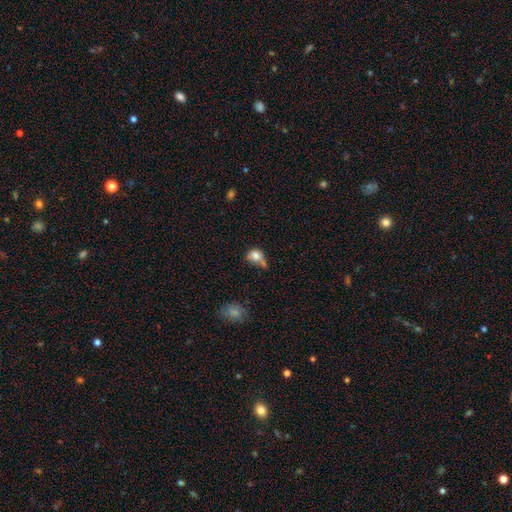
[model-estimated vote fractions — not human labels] Morphology: type=smooth (78%); roundness=round (57%); merging=none (31%).